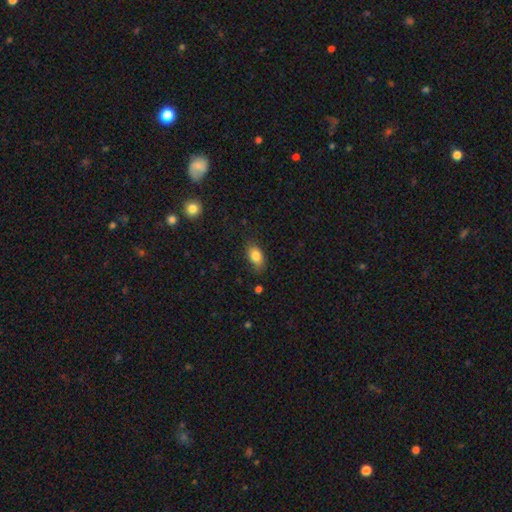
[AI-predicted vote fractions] The model was most divided on "merging": none: 77%, minor disturbance: 18%, major disturbance: 4%, merger: 1%. More confident: how rounded — in between (87%); smooth or featured — smooth (82%).